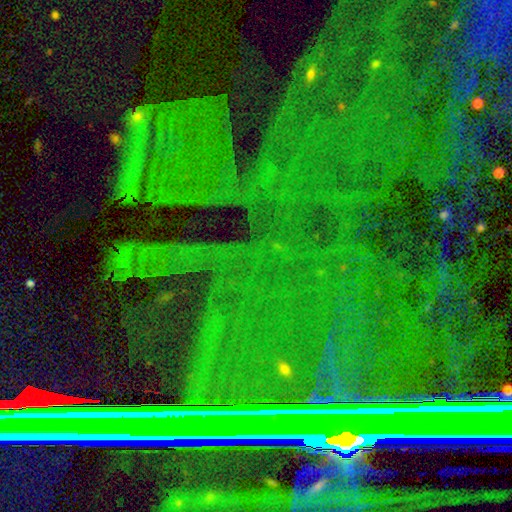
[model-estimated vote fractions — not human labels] A star or artifact, not a galaxy (85%).